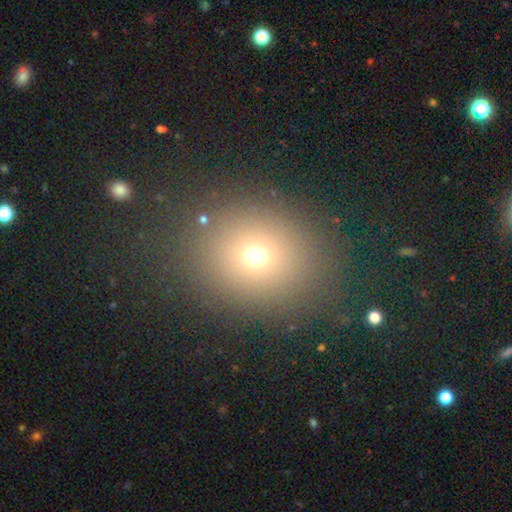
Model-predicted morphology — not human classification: smooth 68%, star or artifact 21%, featured or disk 11%. Down the decision tree: how rounded — round (69%); merging — none (84%).